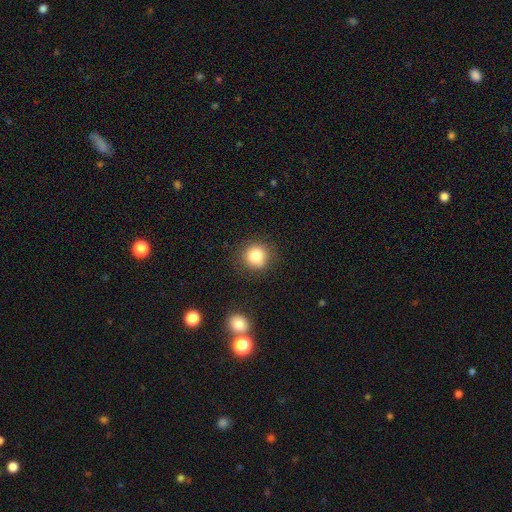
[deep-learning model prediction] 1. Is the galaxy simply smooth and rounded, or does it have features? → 81% smooth, 11% star or artifact, 7% featured or disk.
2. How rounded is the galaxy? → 90% round, 9% in between, 1% cigar-shaped.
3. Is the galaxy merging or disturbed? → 84% none, 11% minor disturbance, 3% major disturbance, 2% merger.